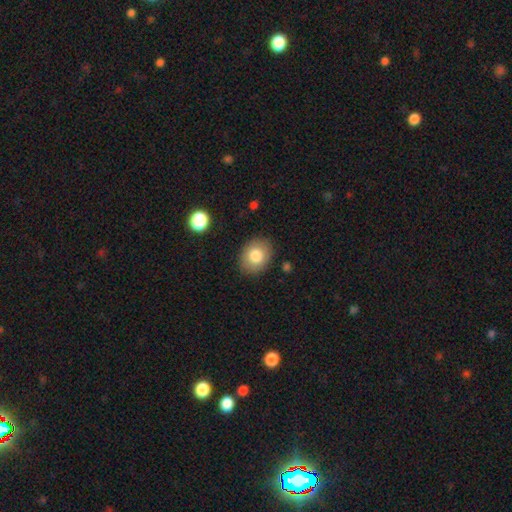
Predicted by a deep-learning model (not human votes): Smooth or featured?
  - smooth: 81% *
  - featured or disk: 10%
  - star or artifact: 8%
How rounded?
  - in between: 53% *
  - round: 46%
  - cigar-shaped: 1%
Merging?
  - none: 87% *
  - minor disturbance: 9%
  - major disturbance: 3%
  - merger: 1%